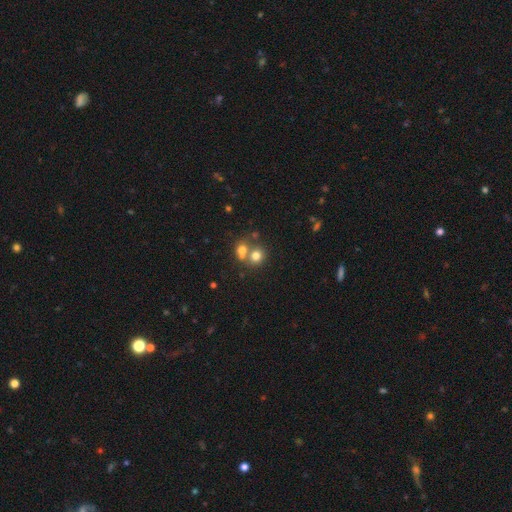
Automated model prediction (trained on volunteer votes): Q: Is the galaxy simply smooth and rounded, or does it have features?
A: smooth — 75%.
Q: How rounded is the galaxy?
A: round — 73%.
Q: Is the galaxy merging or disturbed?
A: merger — 50%.